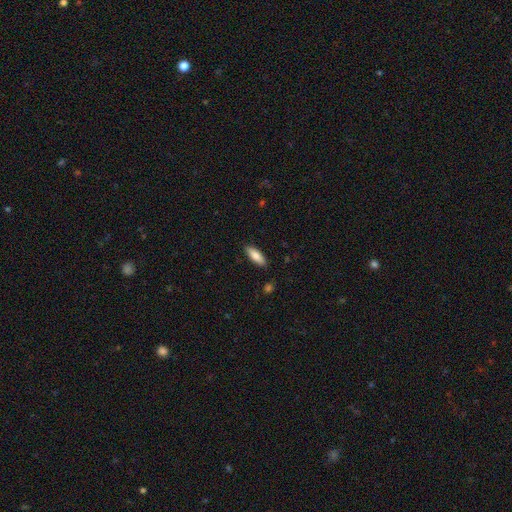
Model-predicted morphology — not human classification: Smooth or featured: smooth — 82% (featured or disk — 12%)
How rounded: in between — 63% (cigar-shaped — 36%)
Merging: none — 88% (minor disturbance — 9%)